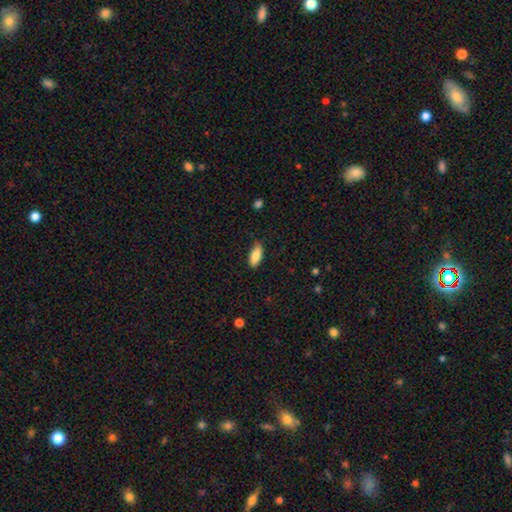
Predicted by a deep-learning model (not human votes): smooth-or-featured: smooth: 83% | featured or disk: 10% | star or artifact: 6%
  how-rounded: in between: 81% | cigar-shaped: 17% | round: 2%
  merging: none: 77% | minor disturbance: 19% | major disturbance: 3% | merger: 1%